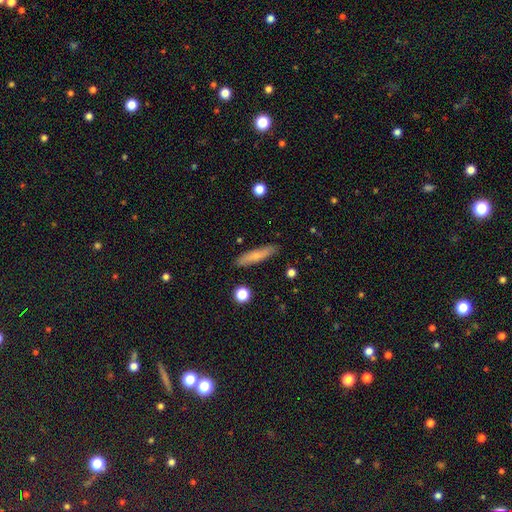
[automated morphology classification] Q: Smooth or featured?
A: smooth (70%); runner-up: featured or disk (23%)
Q: How rounded?
A: cigar-shaped (82%); runner-up: in between (16%)
Q: Merging?
A: none (88%); runner-up: minor disturbance (9%)